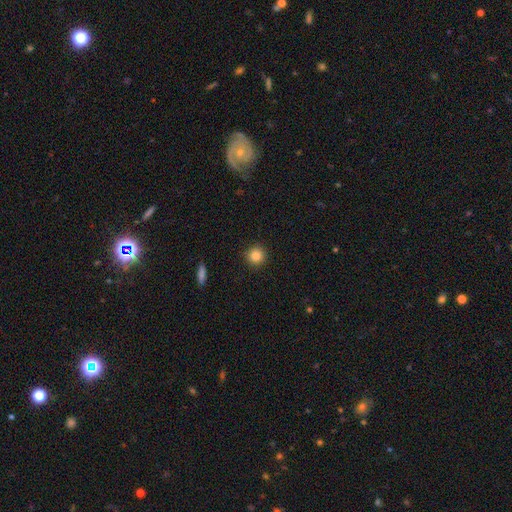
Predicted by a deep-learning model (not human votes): Smooth or featured? smooth (84%)
How rounded? round (94%)
Merging? none (92%)